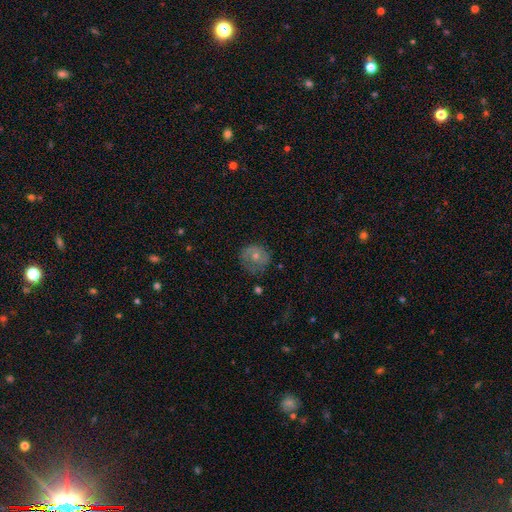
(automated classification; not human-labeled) Morphology: type=smooth (50%); merging=none (62%).